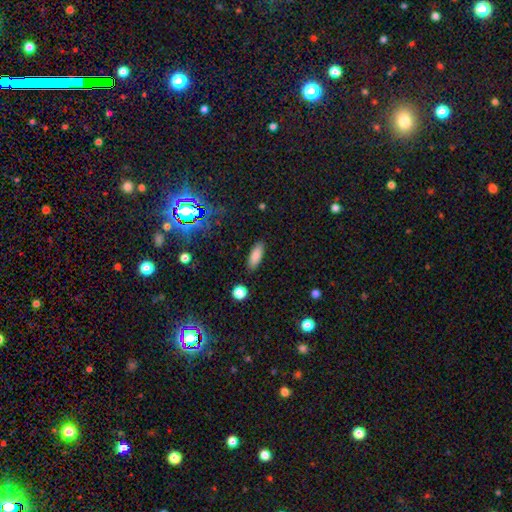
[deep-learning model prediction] Smooth or featured?
  - smooth: 83% *
  - star or artifact: 9%
  - featured or disk: 7%
How rounded?
  - in between: 68% *
  - cigar-shaped: 29%
  - round: 2%
Merging?
  - none: 89% *
  - minor disturbance: 8%
  - major disturbance: 2%
  - merger: 1%